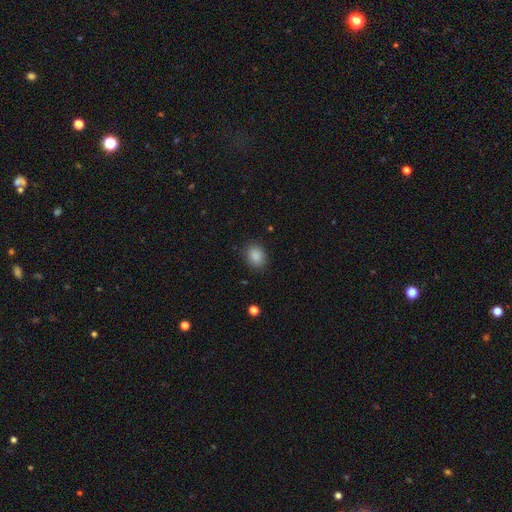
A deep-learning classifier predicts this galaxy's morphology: smooth_or_featured: smooth (p=0.87) [alt: star or artifact p=0.09]
how_rounded: in between (p=0.57) [alt: round p=0.42]
merging: none (p=0.86) [alt: minor disturbance p=0.10]